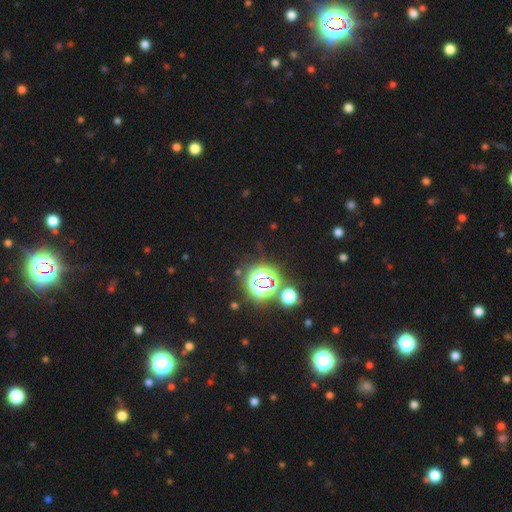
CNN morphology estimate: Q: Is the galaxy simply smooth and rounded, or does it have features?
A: star or artifact — 82%.